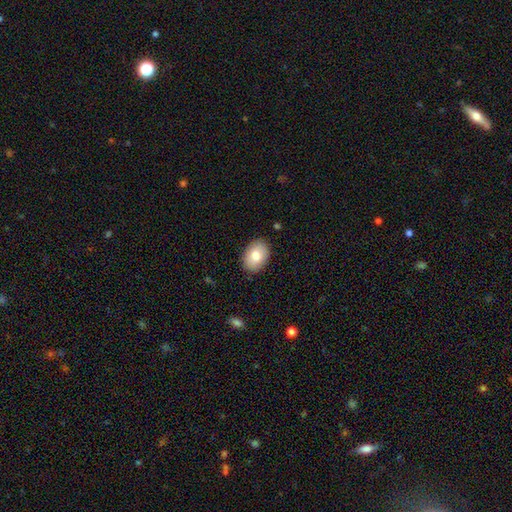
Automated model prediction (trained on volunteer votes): Smooth or featured? Predicted: smooth (p=0.80). How rounded? Predicted: in between (p=0.80). Merging? Predicted: none (p=0.87).